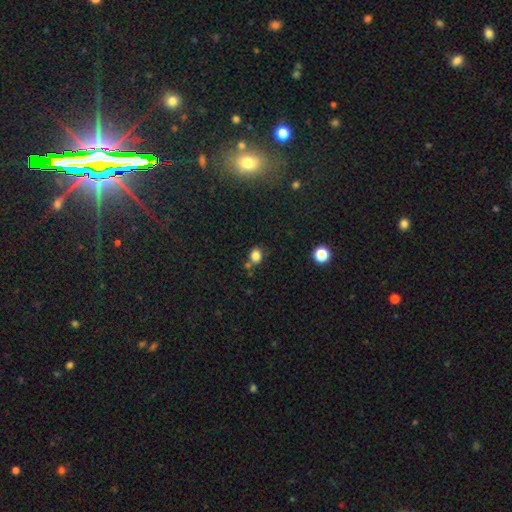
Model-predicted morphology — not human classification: The model was most divided on "how rounded": round: 63%, in between: 36%, cigar-shaped: 1%. More confident: smooth or featured — smooth (82%); merging — none (66%).